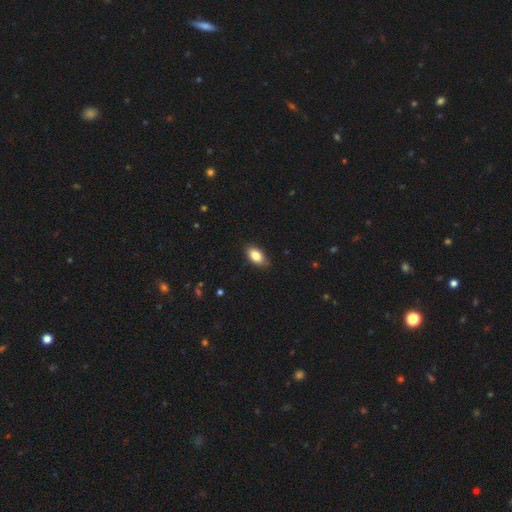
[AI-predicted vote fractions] smooth_or_featured: smooth (p=0.85) [alt: featured or disk p=0.08]
how_rounded: in between (p=0.92) [alt: round p=0.05]
merging: none (p=0.84) [alt: minor disturbance p=0.13]